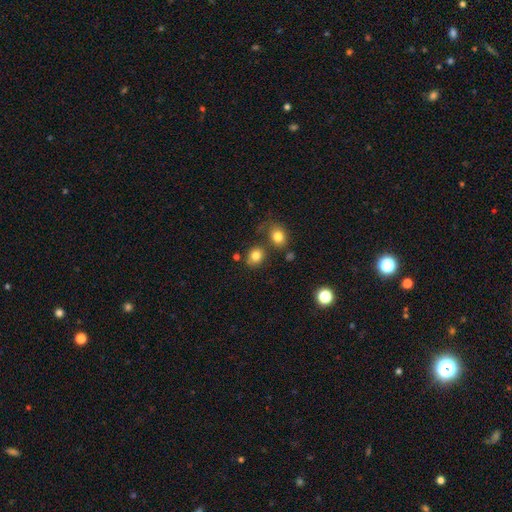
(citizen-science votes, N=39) Overall: smooth (79%). How rounded: round (77%). Merging: none (63%).